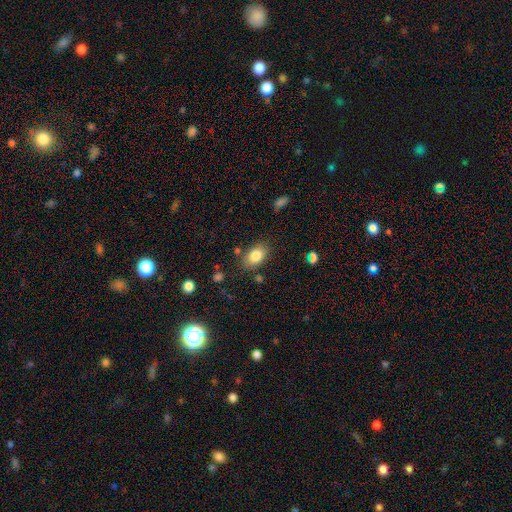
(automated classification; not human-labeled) Smooth or featured?
  - smooth: 83% *
  - featured or disk: 9%
  - star or artifact: 8%
How rounded?
  - in between: 86% *
  - round: 13%
  - cigar-shaped: 2%
Merging?
  - none: 80% *
  - minor disturbance: 14%
  - major disturbance: 4%
  - merger: 3%